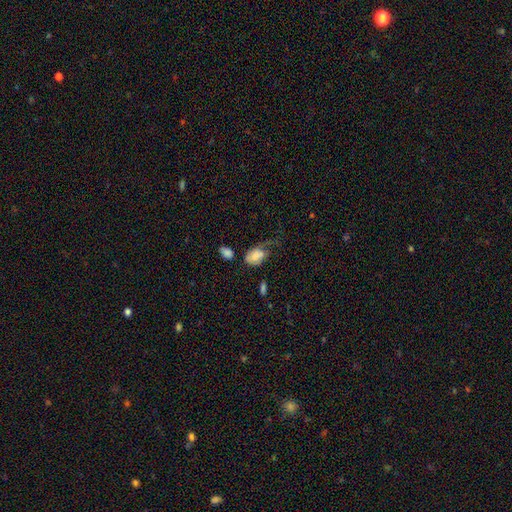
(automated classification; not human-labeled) Smooth or featured?
  - smooth: 67% *
  - featured or disk: 24%
  - star or artifact: 9%
How rounded?
  - in between: 81% *
  - round: 18%
  - cigar-shaped: 2%
Merging?
  - major disturbance: 45% *
  - minor disturbance: 25%
  - none: 21%
  - merger: 8%